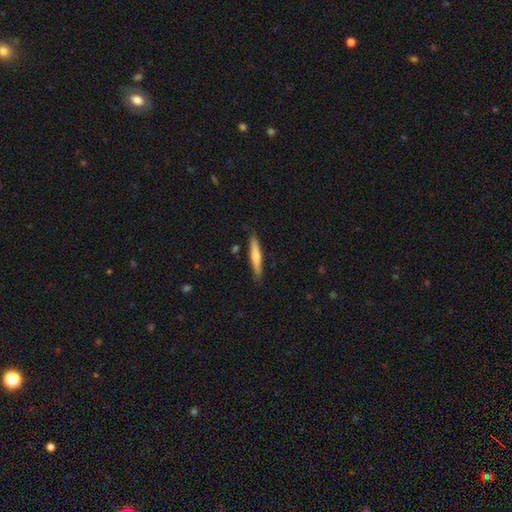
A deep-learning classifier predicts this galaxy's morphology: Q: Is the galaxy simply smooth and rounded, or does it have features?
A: smooth — 56%.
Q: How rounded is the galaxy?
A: cigar-shaped — 91%.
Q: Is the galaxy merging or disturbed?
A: none — 87%.